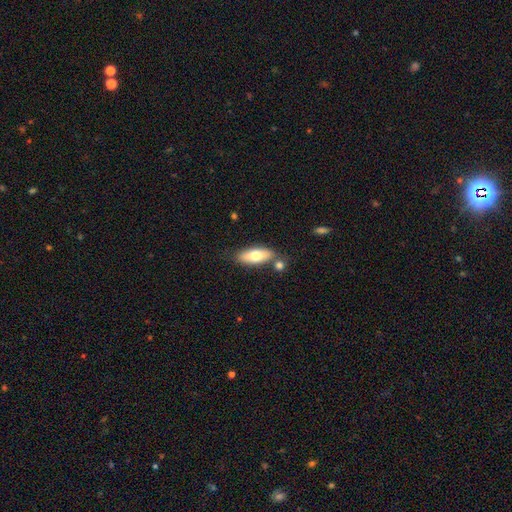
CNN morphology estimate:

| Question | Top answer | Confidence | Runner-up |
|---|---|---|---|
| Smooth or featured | smooth | 70% | featured or disk (24%) |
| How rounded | in between | 76% | cigar-shaped (21%) |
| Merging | none | 73% | minor disturbance (12%) |